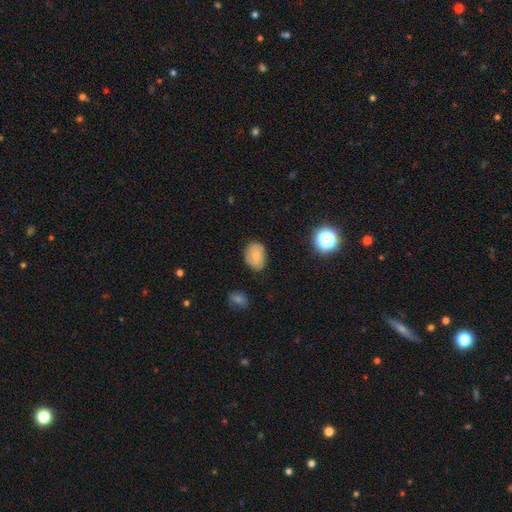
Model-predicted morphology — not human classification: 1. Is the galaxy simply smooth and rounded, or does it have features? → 71% smooth, 19% featured or disk, 10% star or artifact.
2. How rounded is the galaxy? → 74% in between, 25% round, 1% cigar-shaped.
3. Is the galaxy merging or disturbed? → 76% none, 19% minor disturbance, 4% major disturbance, 2% merger.